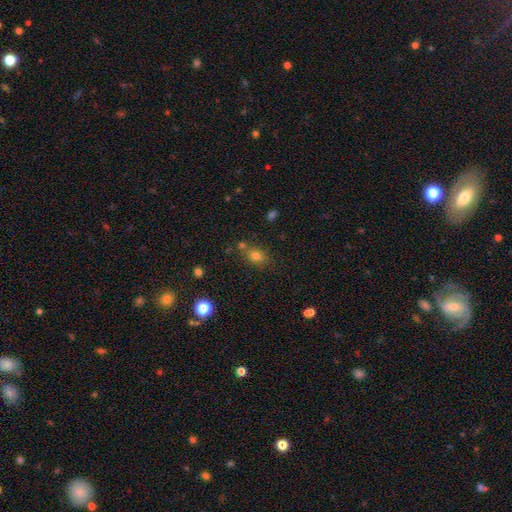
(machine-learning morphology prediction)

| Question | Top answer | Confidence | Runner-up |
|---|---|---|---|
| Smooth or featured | smooth | 76% | star or artifact (15%) |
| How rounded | in between | 57% | round (41%) |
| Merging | none | 66% | merger (15%) |